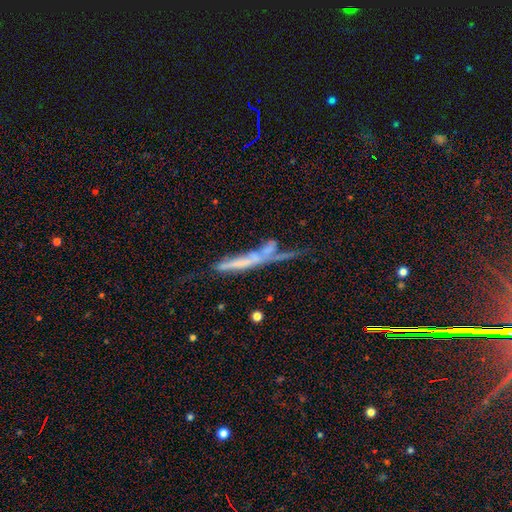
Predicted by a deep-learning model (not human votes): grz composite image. It shows a featured or disk galaxy (51%) viewed edge-on (66%). Merging: merger (44%).